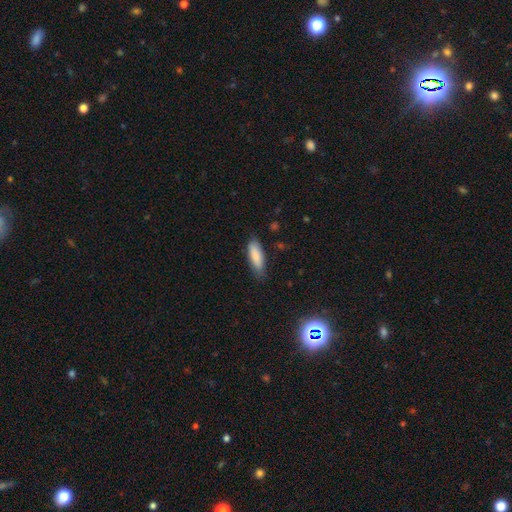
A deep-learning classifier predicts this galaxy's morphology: type=smooth (85%); roundness=in between (54%); merging=none (78%).